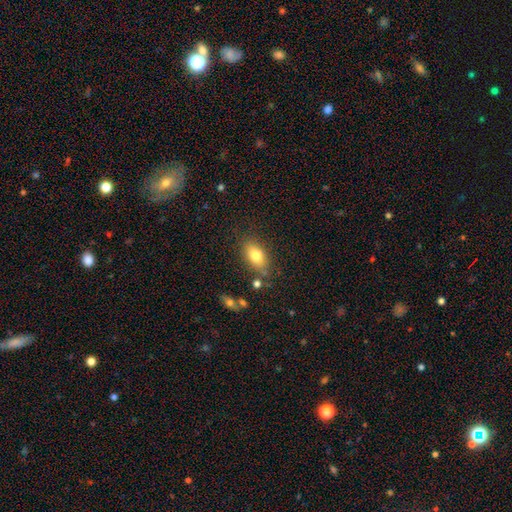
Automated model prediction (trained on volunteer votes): smooth_or_featured: smooth (p=0.78) [alt: featured or disk p=0.14]
how_rounded: in between (p=0.85) [alt: round p=0.09]
merging: none (p=0.76) [alt: minor disturbance p=0.15]